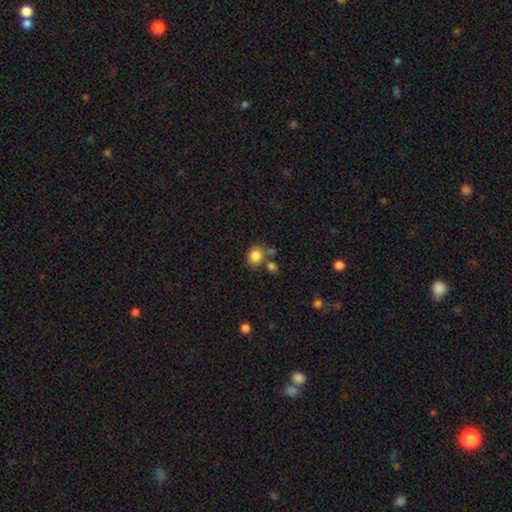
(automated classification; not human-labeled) A smooth galaxy with no disk features (84%) that is round (59%).

Vote fractions:
- Smooth or featured? smooth: 84% / star or artifact: 10% / featured or disk: 7%
- How rounded? round: 59% / in between: 40% / cigar-shaped: 1%
- Merging? none: 63% / merger: 18% / minor disturbance: 14% / major disturbance: 5%